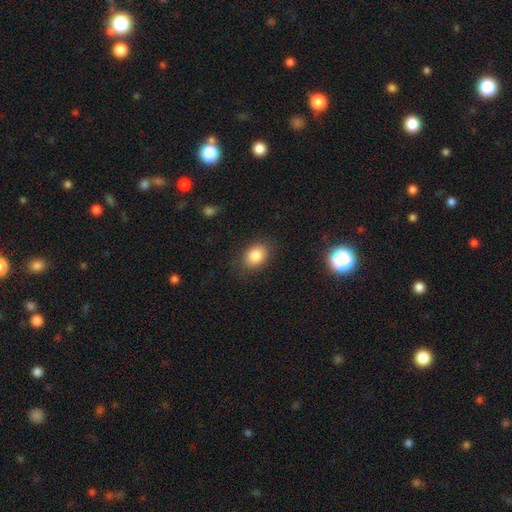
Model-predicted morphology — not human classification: A smooth galaxy with no disk features (85%) that is in between round and cigar-shaped (74%).

Vote fractions:
- Smooth or featured? smooth: 85% / star or artifact: 9% / featured or disk: 6%
- How rounded? in between: 74% / round: 24% / cigar-shaped: 1%
- Merging? none: 83% / minor disturbance: 12% / major disturbance: 4% / merger: 1%